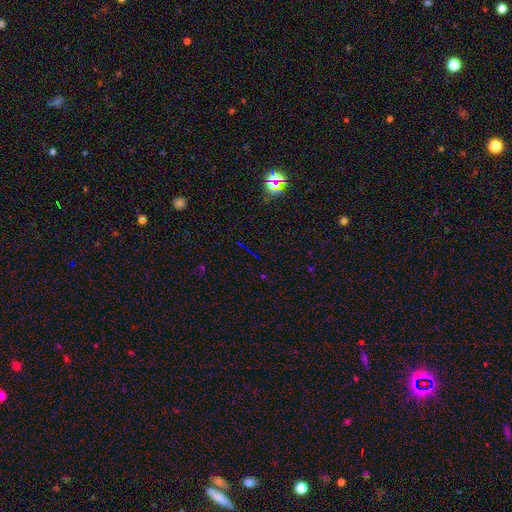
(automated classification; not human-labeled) Smooth or featured: star or artifact — 76% (smooth — 14%)